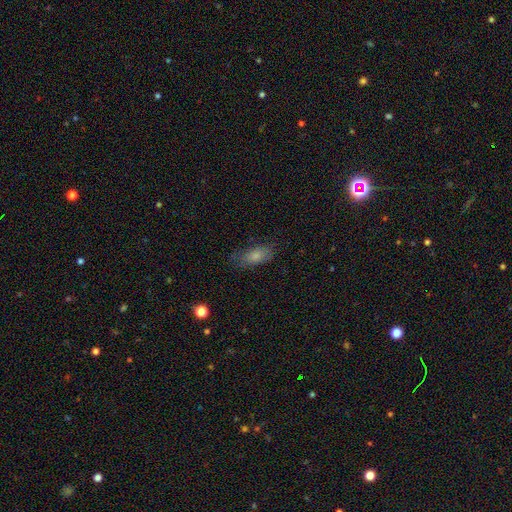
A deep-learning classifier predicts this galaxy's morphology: Smooth or featured? Predicted: smooth (p=0.79). How rounded? Predicted: in between (p=0.84). Merging? Predicted: none (p=0.68).